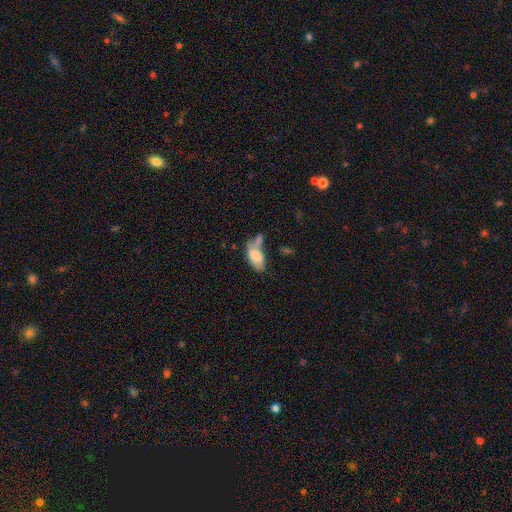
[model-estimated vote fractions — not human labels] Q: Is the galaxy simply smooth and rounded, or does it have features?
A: smooth — 75%.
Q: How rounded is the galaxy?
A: in between — 91%.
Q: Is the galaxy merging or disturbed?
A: merger — 39%.